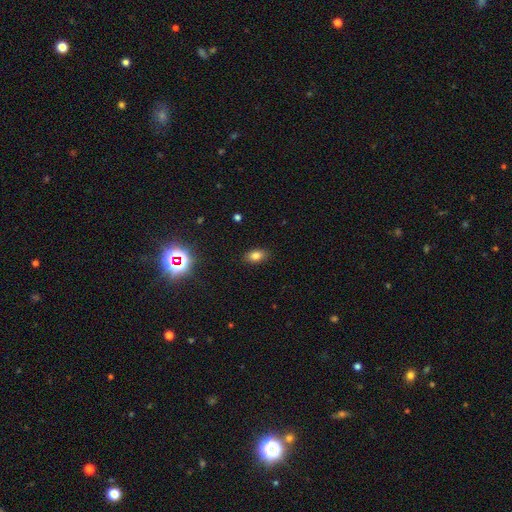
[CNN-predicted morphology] smooth-or-featured: smooth: 79% | star or artifact: 14% | featured or disk: 8%
  how-rounded: in between: 86% | round: 12% | cigar-shaped: 3%
  merging: none: 87% | minor disturbance: 9% | major disturbance: 3% | merger: 1%